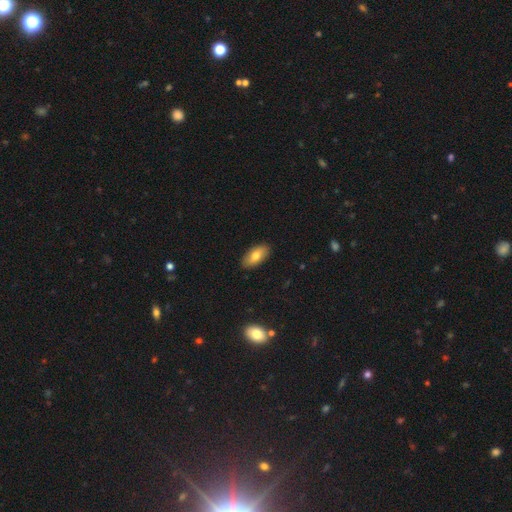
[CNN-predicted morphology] Smooth or featured? Predicted: smooth (p=0.76). How rounded? Predicted: in between (p=0.91). Merging? Predicted: none (p=0.89).